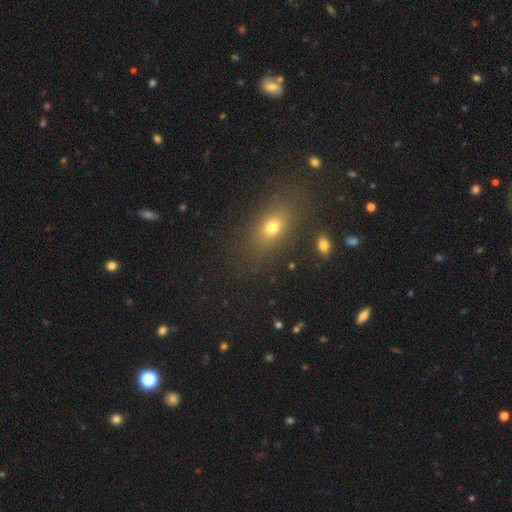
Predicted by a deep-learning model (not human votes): A smooth galaxy with no disk features (59%) that is in between round and cigar-shaped (70%). Merging: none (86%).